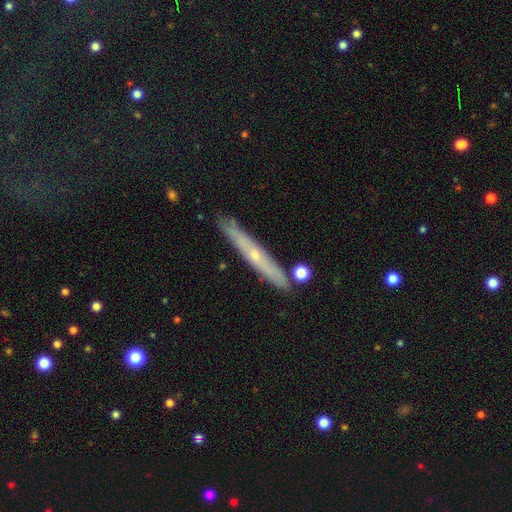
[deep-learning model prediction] Q: Smooth or featured?
A: featured or disk (59%); runner-up: smooth (34%)
Q: Edge-on disk?
A: yes (88%); runner-up: no (12%)
Q: Edge-on bulge?
A: rounded (58%); runner-up: none (40%)
Q: Merging?
A: none (85%); runner-up: minor disturbance (11%)